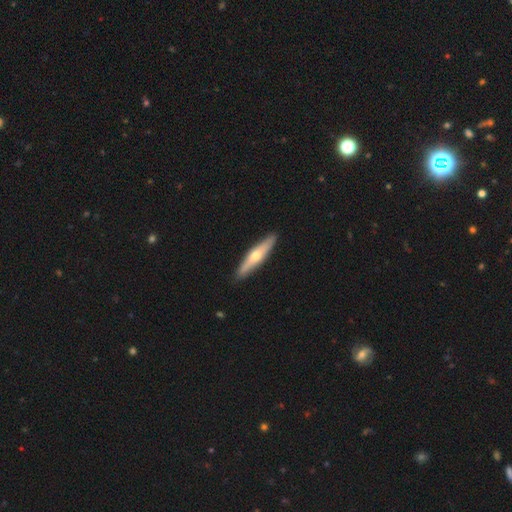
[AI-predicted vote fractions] smooth_or_featured: featured or disk (p=0.54) [alt: smooth p=0.41]
disk_edge_on: yes (p=0.91) [alt: no p=0.09]
merging: none (p=0.91) [alt: minor disturbance p=0.07]